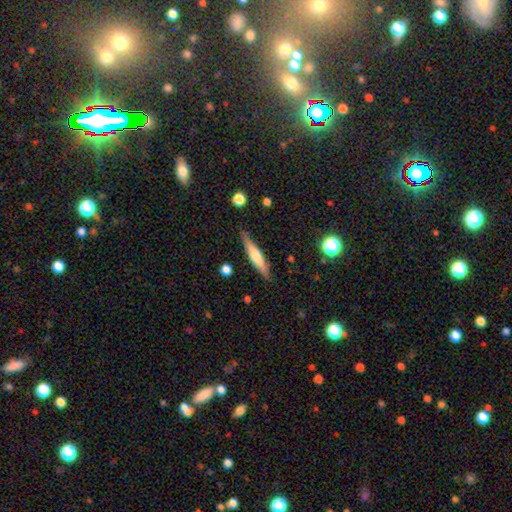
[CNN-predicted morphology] This appears to be a smooth galaxy with no disk features (52%) that is cigar-shaped (88%). Merging: none (86%).